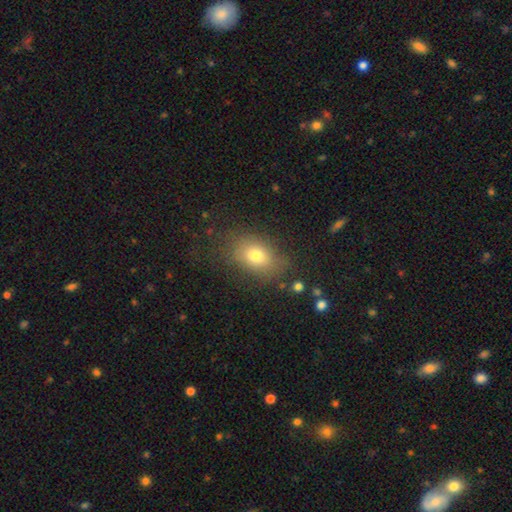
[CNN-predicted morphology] Smooth or featured: smooth — 75% (featured or disk — 13%)
How rounded: in between — 76% (round — 22%)
Merging: none — 75% (minor disturbance — 16%)